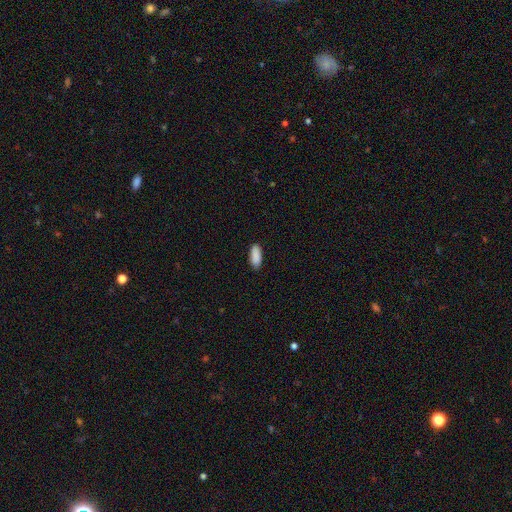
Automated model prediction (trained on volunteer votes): Smooth or featured? Predicted: smooth (p=0.90). How rounded? Predicted: in between (p=0.79). Merging? Predicted: none (p=0.88).